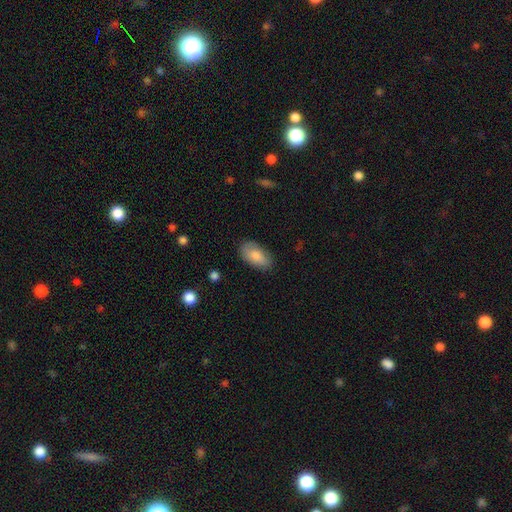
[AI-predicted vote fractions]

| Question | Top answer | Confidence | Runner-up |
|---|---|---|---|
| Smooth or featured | smooth | 84% | featured or disk (9%) |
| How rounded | in between | 94% | round (3%) |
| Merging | none | 79% | minor disturbance (16%) |